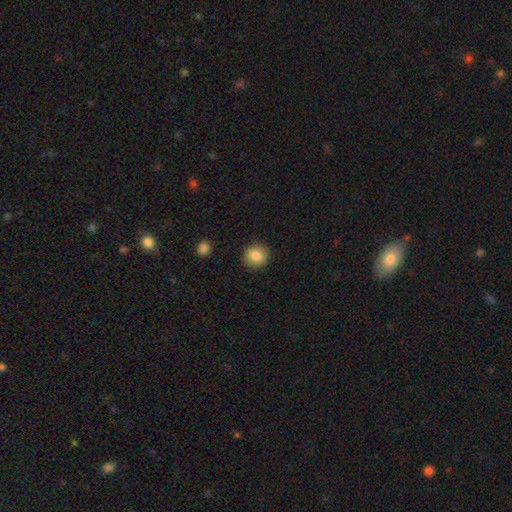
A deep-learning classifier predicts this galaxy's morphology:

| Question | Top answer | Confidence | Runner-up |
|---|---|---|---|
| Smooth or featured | smooth | 84% | star or artifact (9%) |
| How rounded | round | 91% | in between (8%) |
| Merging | none | 91% | minor disturbance (6%) |